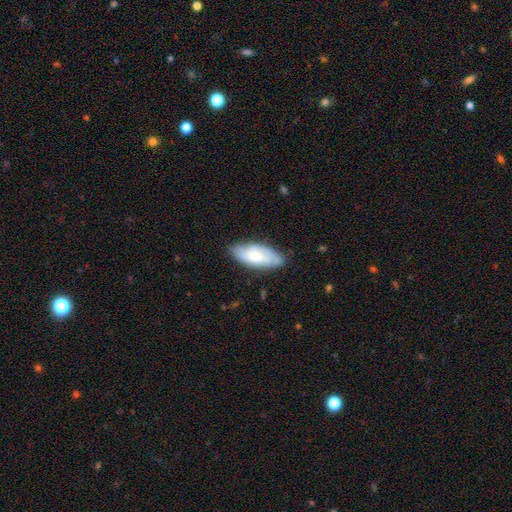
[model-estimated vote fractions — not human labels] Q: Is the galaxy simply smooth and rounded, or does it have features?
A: smooth — 63%.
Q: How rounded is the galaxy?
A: in between — 82%.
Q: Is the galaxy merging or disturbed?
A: none — 74%.